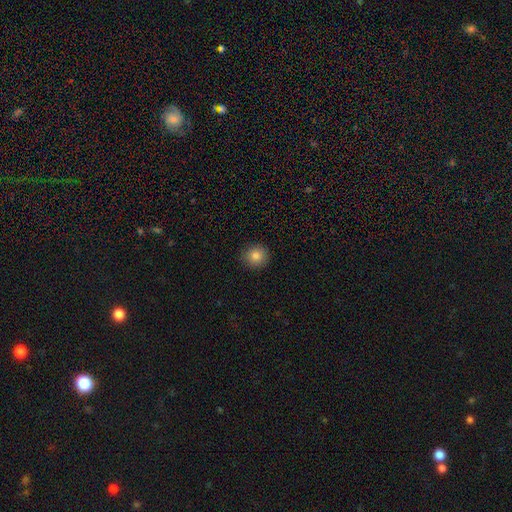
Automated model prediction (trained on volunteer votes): This appears to be a smooth galaxy with no disk features (83%) that is round (92%). Merging: none (91%).